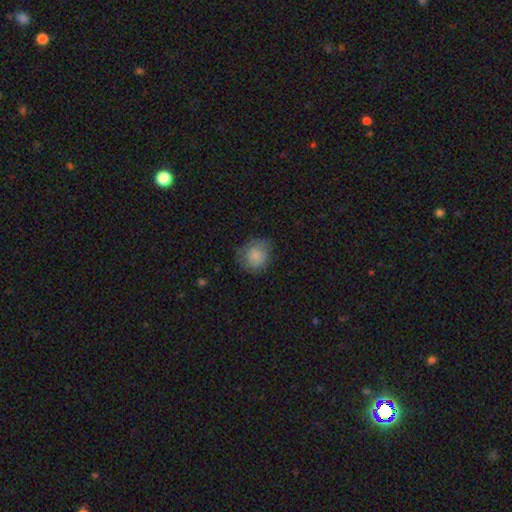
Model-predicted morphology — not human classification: type=smooth (81%); roundness=round (78%); merging=none (69%).